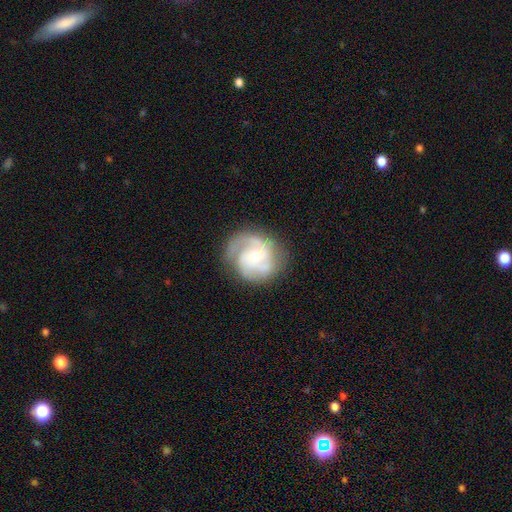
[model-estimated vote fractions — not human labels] featured or disk 81%, smooth 13%, star or artifact 5%. Down the decision tree: edge-on disk — no (98%); bar — no (61%); spiral arms — yes (95%); spiral arm count — 2 (42%); spiral winding — medium (46%); bulge size — moderate (55%); merging — none (74%).